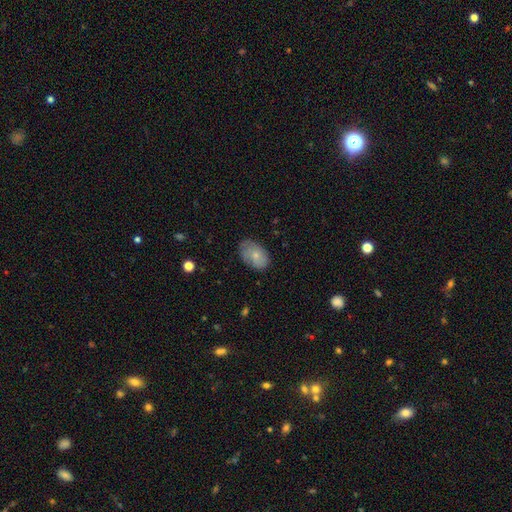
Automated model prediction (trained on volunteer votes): Morphology: type=smooth (71%); roundness=in between (88%); merging=none (71%).